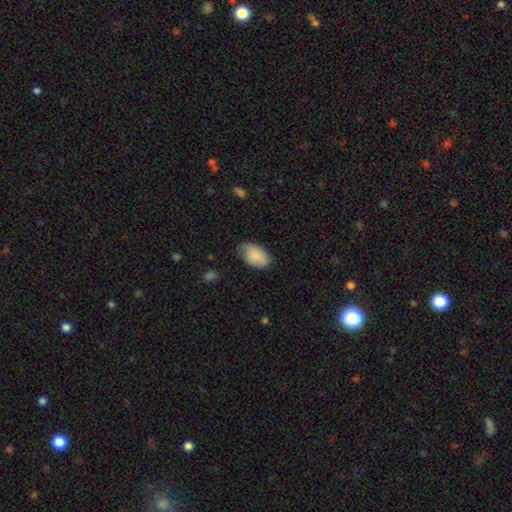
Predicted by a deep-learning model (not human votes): Q: Smooth or featured?
A: smooth (85%); runner-up: featured or disk (8%)
Q: How rounded?
A: in between (91%); runner-up: round (8%)
Q: Merging?
A: none (66%); runner-up: minor disturbance (28%)